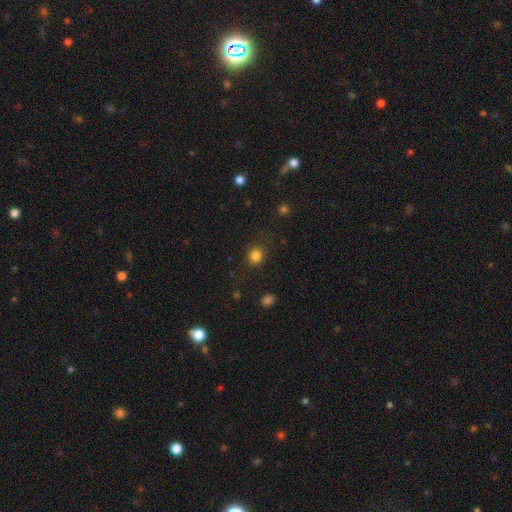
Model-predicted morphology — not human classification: Smooth or featured: smooth — 84% (star or artifact — 12%)
How rounded: round — 82% (in between — 17%)
Merging: none — 86% (minor disturbance — 9%)